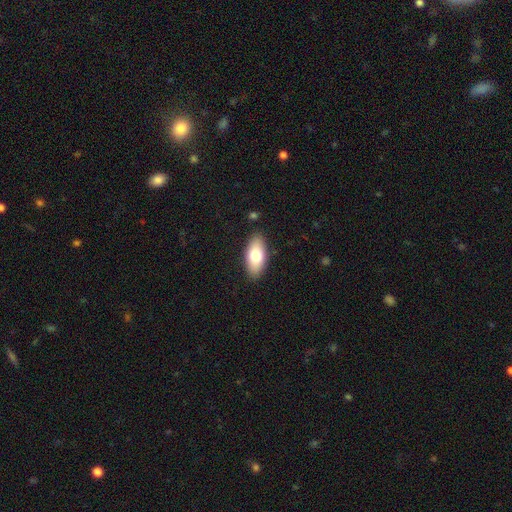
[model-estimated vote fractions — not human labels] smooth 75%, featured or disk 18%, star or artifact 6%. Down the decision tree: how rounded — in between (90%); merging — none (88%).